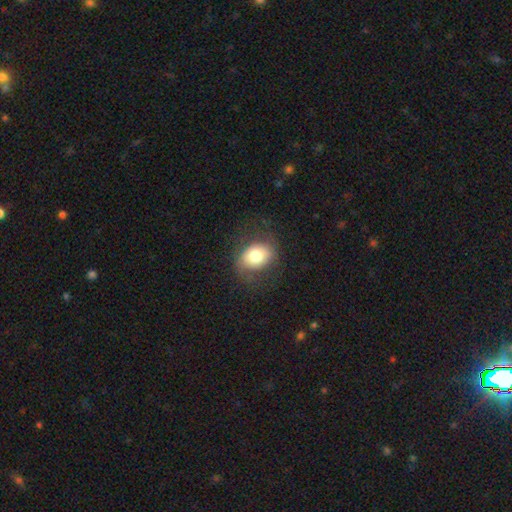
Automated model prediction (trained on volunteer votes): smooth_or_featured: smooth (p=0.71) [alt: featured or disk p=0.20]
how_rounded: in between (p=0.59) [alt: round p=0.40]
merging: none (p=0.68) [alt: minor disturbance p=0.19]